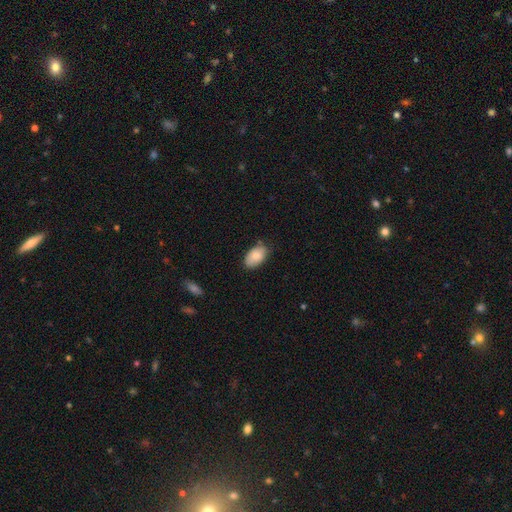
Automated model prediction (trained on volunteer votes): A smooth galaxy with no disk features (83%) that is in between round and cigar-shaped (93%).

Vote fractions:
- Smooth or featured? smooth: 83% / featured or disk: 11% / star or artifact: 7%
- How rounded? in between: 93% / round: 6% / cigar-shaped: 1%
- Merging? none: 73% / minor disturbance: 22% / major disturbance: 3% / merger: 2%